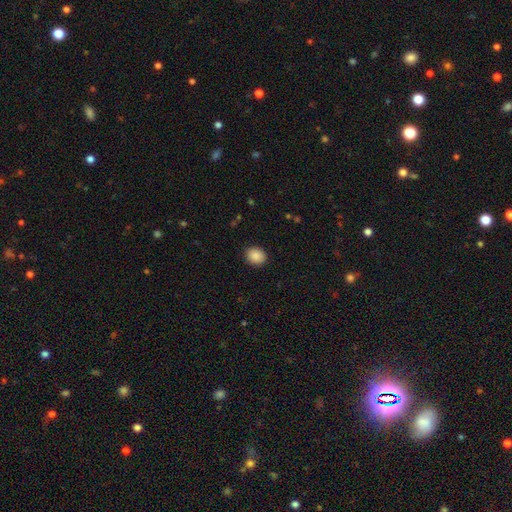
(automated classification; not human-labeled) smooth 89%, star or artifact 8%, featured or disk 3%. Down the decision tree: how rounded — round (53%); merging — none (89%).